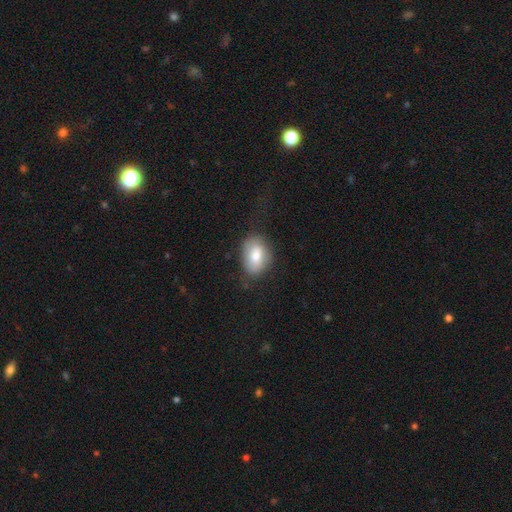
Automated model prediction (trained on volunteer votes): Q: Smooth or featured?
A: smooth (77%); runner-up: featured or disk (16%)
Q: How rounded?
A: in between (81%); runner-up: round (18%)
Q: Merging?
A: none (71%); runner-up: minor disturbance (20%)